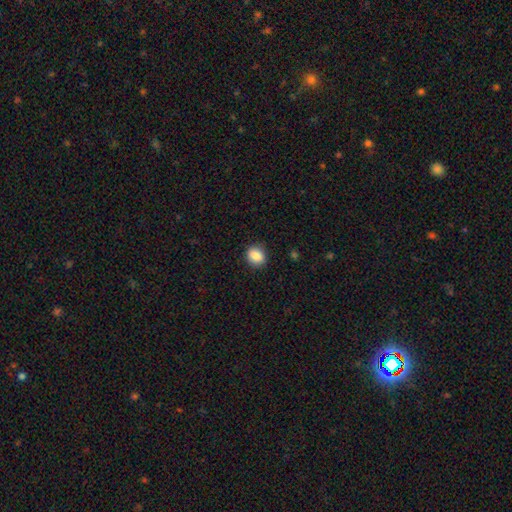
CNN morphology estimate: This appears to be a smooth galaxy with no disk features (87%) that is round (59%). Merging: none (87%).